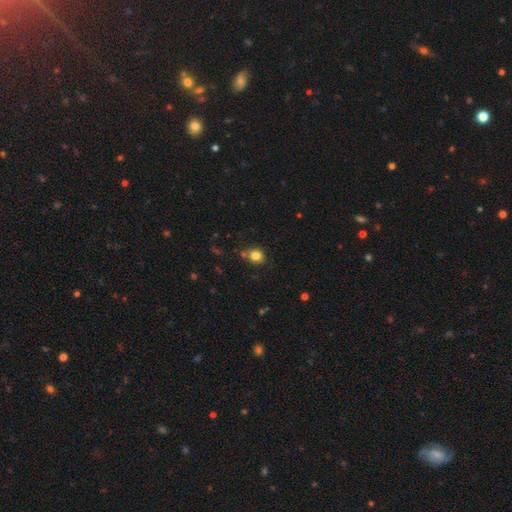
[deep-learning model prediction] Morphology: type=smooth (81%); roundness=round (76%); merging=none (74%).